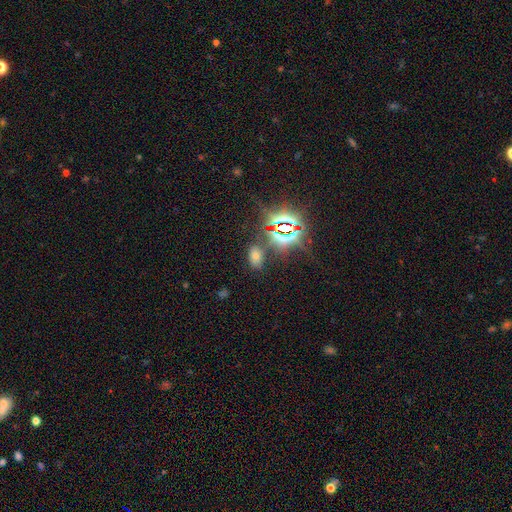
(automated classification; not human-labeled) Smooth or featured: smooth — 52% (star or artifact — 40%)
How rounded: in between — 88% (round — 10%)
Merging: none — 78% (minor disturbance — 12%)